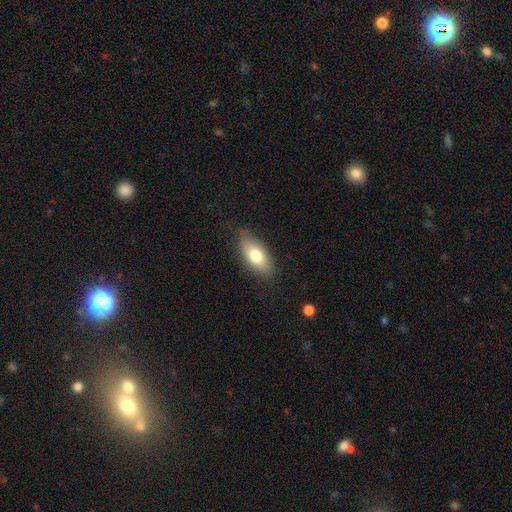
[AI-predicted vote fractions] smooth_or_featured: smooth (p=0.74) [alt: featured or disk p=0.19]
how_rounded: in between (p=0.83) [alt: cigar-shaped p=0.13]
merging: none (p=0.80) [alt: minor disturbance p=0.16]